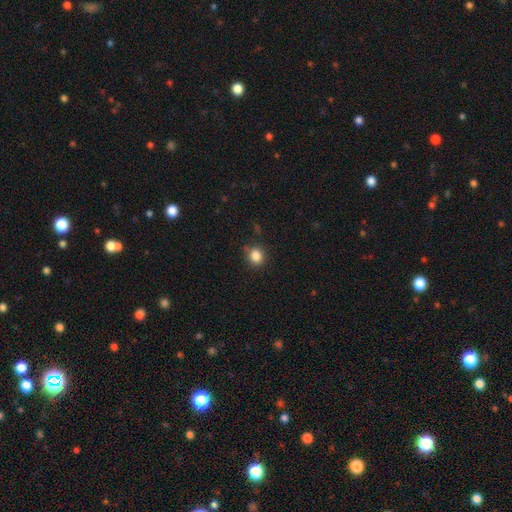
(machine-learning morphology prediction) Smooth or featured: smooth — 85% (star or artifact — 11%)
How rounded: round — 75% (in between — 24%)
Merging: none — 82% (minor disturbance — 14%)